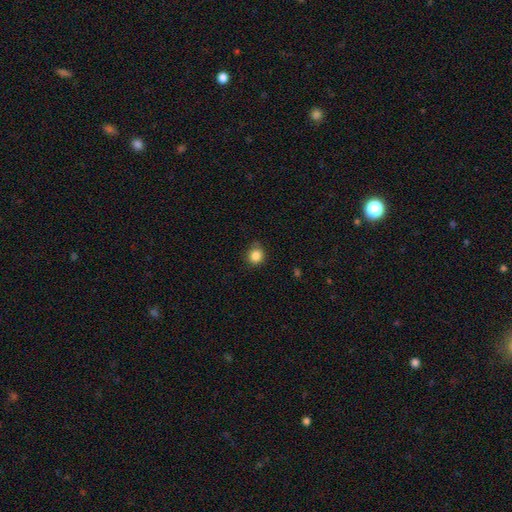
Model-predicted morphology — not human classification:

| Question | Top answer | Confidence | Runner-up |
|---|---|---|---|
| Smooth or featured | smooth | 85% | star or artifact (11%) |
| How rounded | round | 87% | in between (12%) |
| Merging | none | 77% | minor disturbance (18%) |